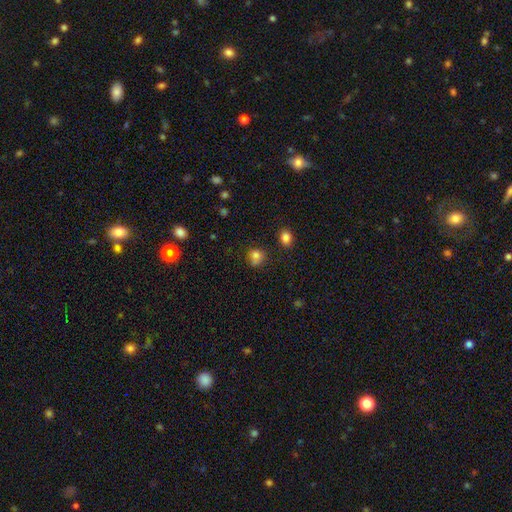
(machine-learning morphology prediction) type=smooth (81%); roundness=round (73%); merging=none (63%).